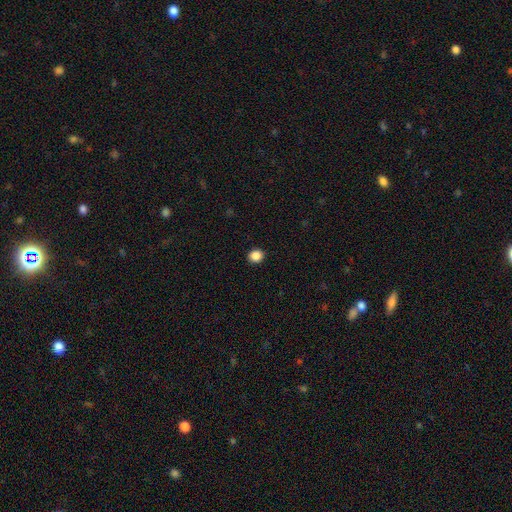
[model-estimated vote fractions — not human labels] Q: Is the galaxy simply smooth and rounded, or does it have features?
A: smooth — 87%.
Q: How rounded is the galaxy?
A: round — 83%.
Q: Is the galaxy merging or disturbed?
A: none — 93%.